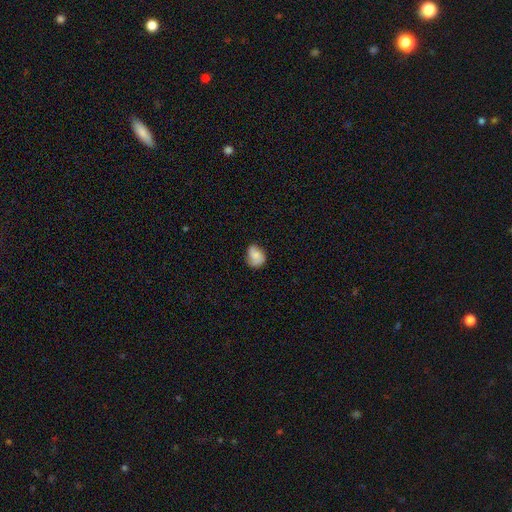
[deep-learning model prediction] This is possibly a smooth galaxy (56%). How rounded: possibly round (51%). Merging: possibly none (58%).